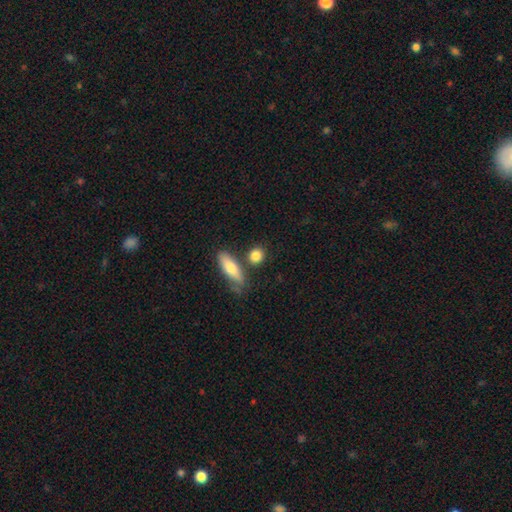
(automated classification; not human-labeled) A smooth galaxy with no disk features (84%) that is round (66%). Merging: none (72%).